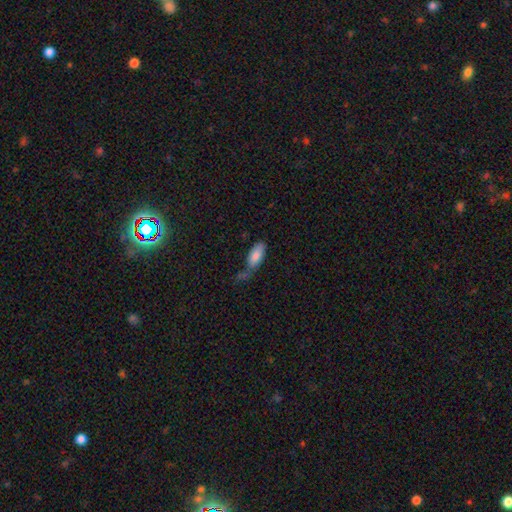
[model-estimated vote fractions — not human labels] smooth 82%, featured or disk 11%, star or artifact 7%. Down the decision tree: how rounded — in between (83%); merging — none (40%).